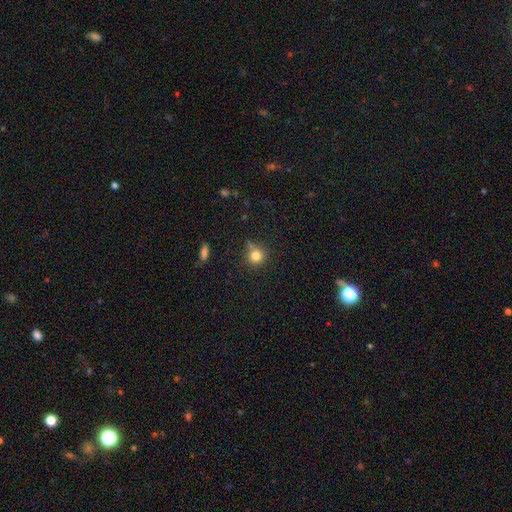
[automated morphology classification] Smooth or featured? Predicted: smooth (p=0.80). How rounded? Predicted: round (p=0.91). Merging? Predicted: none (p=0.71).